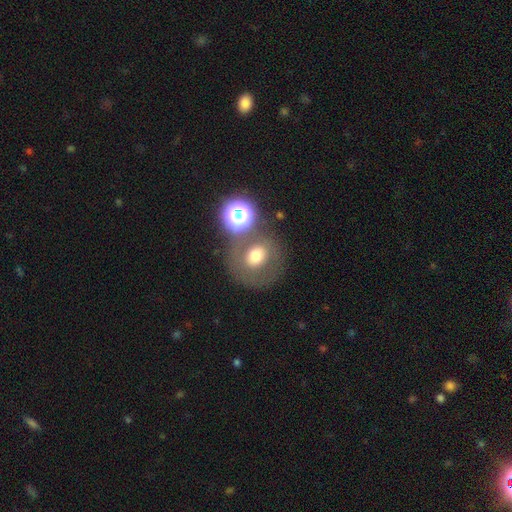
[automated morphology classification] smooth-or-featured: smooth: 63% | featured or disk: 22% | star or artifact: 15%
  how-rounded: round: 74% | in between: 25% | cigar-shaped: 1%
  merging: none: 62% | merger: 15% | minor disturbance: 13% | major disturbance: 10%